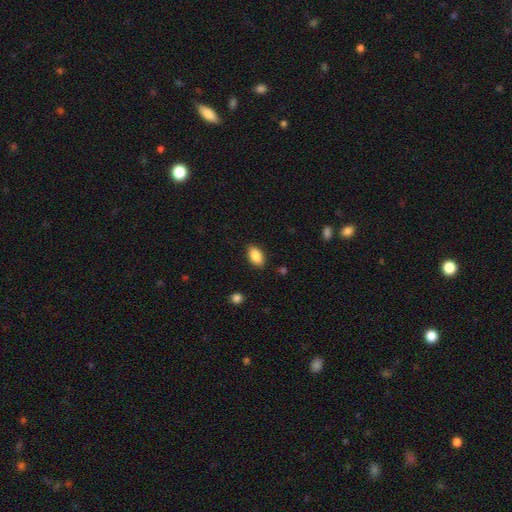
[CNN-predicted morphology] This is clearly a smooth galaxy (88%). How rounded: clearly in between (93%). Merging: clearly none (87%).